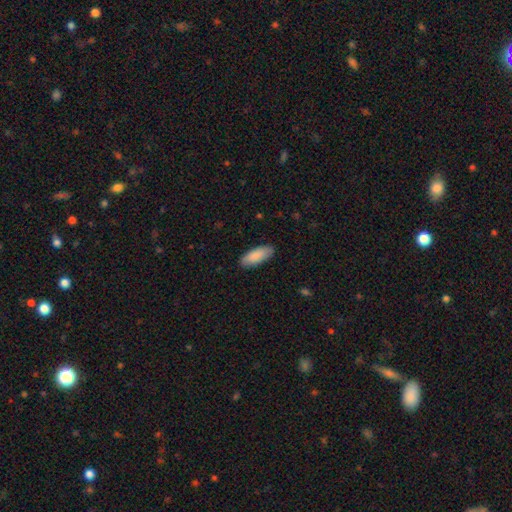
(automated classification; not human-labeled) This appears to be a smooth galaxy with no disk features (88%) that is in between round and cigar-shaped (81%). Merging: none (88%).